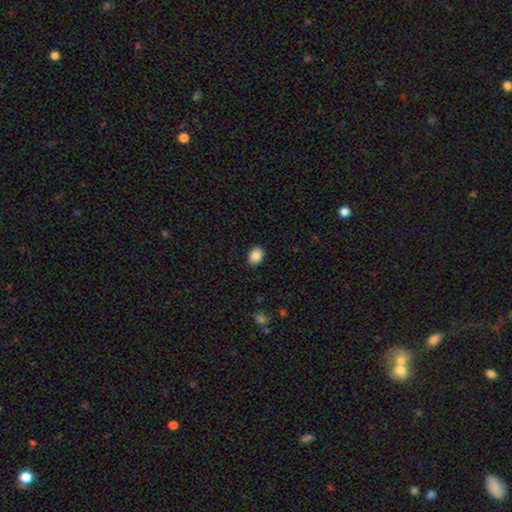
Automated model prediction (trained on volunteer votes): Q: Smooth or featured?
A: smooth (88%); runner-up: star or artifact (9%)
Q: How rounded?
A: in between (68%); runner-up: round (31%)
Q: Merging?
A: none (89%); runner-up: minor disturbance (8%)